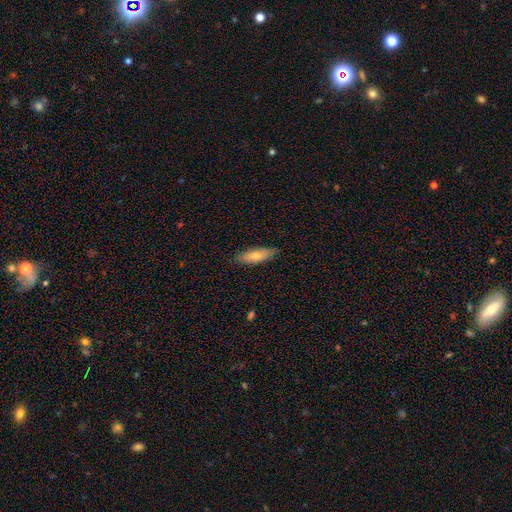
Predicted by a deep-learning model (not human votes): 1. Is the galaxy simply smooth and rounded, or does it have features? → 67% smooth, 27% featured or disk, 6% star or artifact.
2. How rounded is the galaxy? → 52% cigar-shaped, 46% in between, 2% round.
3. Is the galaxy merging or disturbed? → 87% none, 11% minor disturbance, 2% major disturbance, 1% merger.